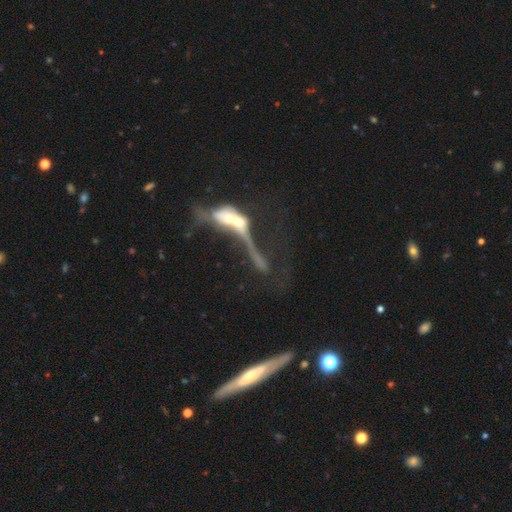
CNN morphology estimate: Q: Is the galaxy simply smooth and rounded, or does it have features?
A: featured or disk — 65%.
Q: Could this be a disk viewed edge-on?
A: yes — 54%.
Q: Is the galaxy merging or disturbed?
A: merger — 48%.